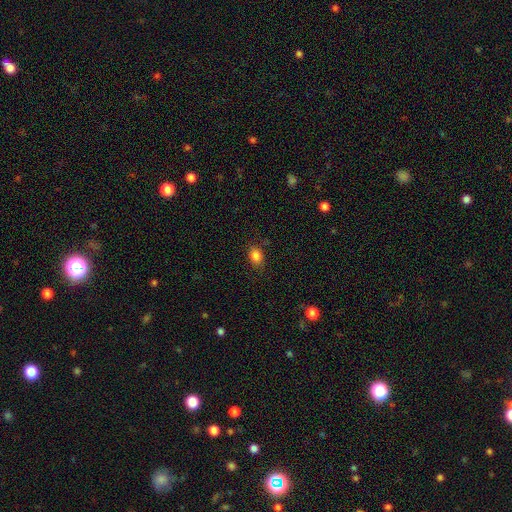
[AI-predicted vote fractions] A smooth galaxy with no disk features (84%) that is in between round and cigar-shaped (64%).

Vote fractions:
- Smooth or featured? smooth: 84% / star or artifact: 10% / featured or disk: 5%
- How rounded? in between: 64% / round: 34% / cigar-shaped: 1%
- Merging? none: 80% / minor disturbance: 15% / major disturbance: 4% / merger: 1%